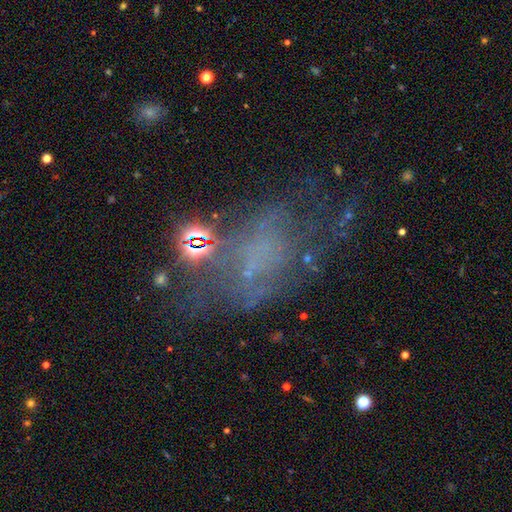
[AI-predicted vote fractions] smooth-or-featured: featured or disk: 48% | star or artifact: 28% | smooth: 24%
  merging: none: 39% | major disturbance: 33% | minor disturbance: 18% | merger: 9%